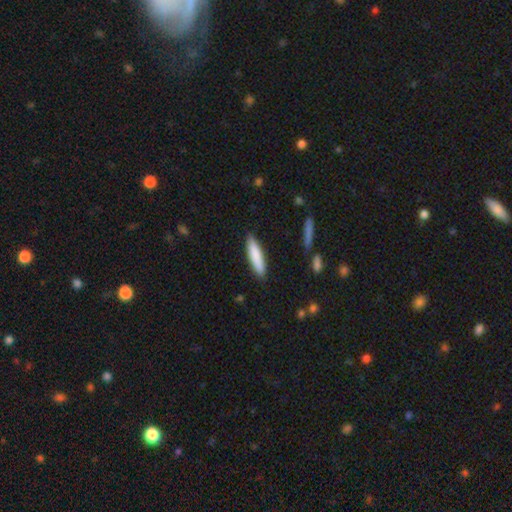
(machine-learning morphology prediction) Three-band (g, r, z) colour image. It shows a smooth galaxy with no disk features (83%) that is cigar-shaped (76%). Merging: none (87%).